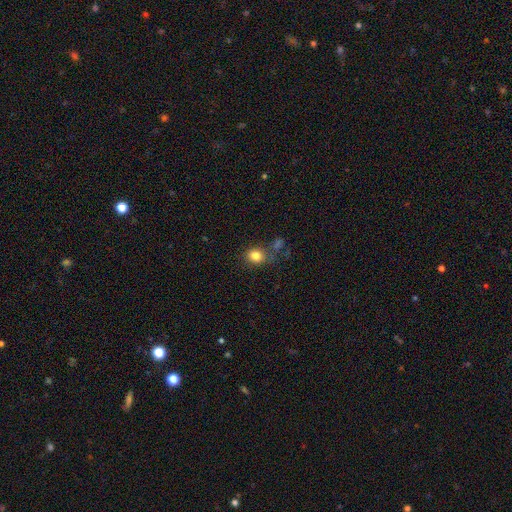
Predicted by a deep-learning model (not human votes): The model was most divided on "how rounded": round: 56%, in between: 43%, cigar-shaped: 1%. More confident: smooth or featured — smooth (82%); merging — none (69%).